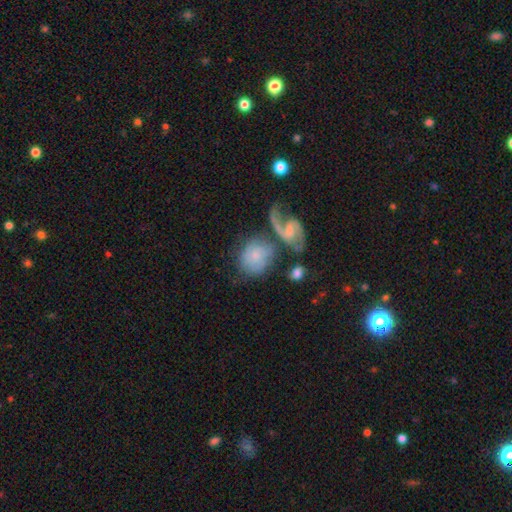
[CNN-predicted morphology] type=smooth (48%); merging=merger (37%).